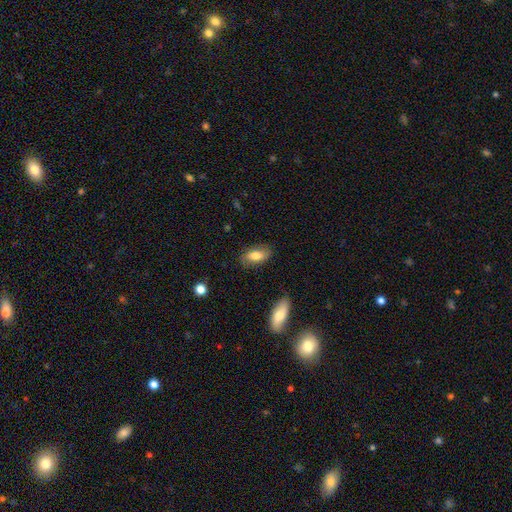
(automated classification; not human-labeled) smooth_or_featured: smooth (p=0.76) [alt: featured or disk p=0.17]
how_rounded: in between (p=0.90) [alt: cigar-shaped p=0.06]
merging: none (p=0.81) [alt: minor disturbance p=0.14]